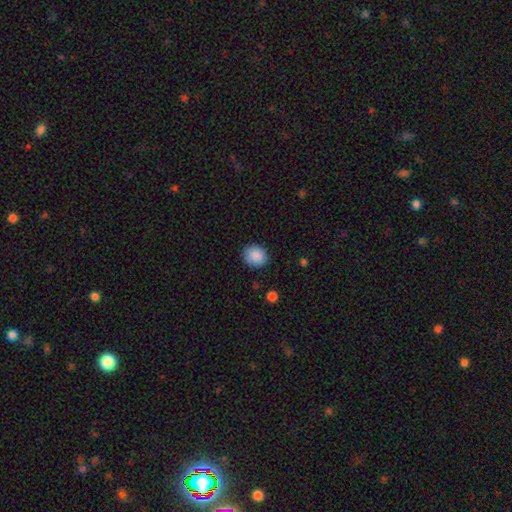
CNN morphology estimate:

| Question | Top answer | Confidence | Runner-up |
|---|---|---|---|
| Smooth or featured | smooth | 89% | star or artifact (8%) |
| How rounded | round | 75% | in between (25%) |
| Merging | none | 88% | minor disturbance (9%) |